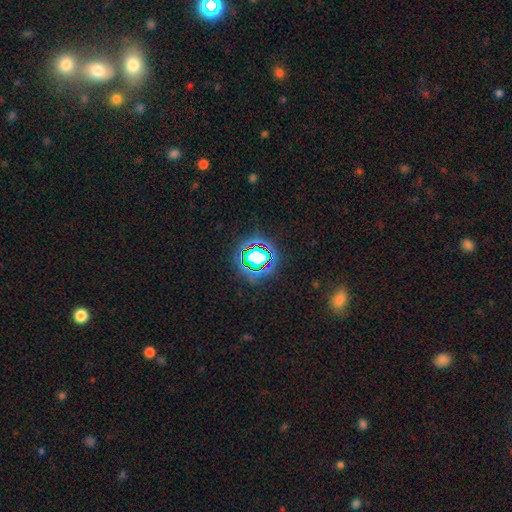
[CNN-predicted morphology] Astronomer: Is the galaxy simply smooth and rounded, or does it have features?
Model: star or artifact — 64%.